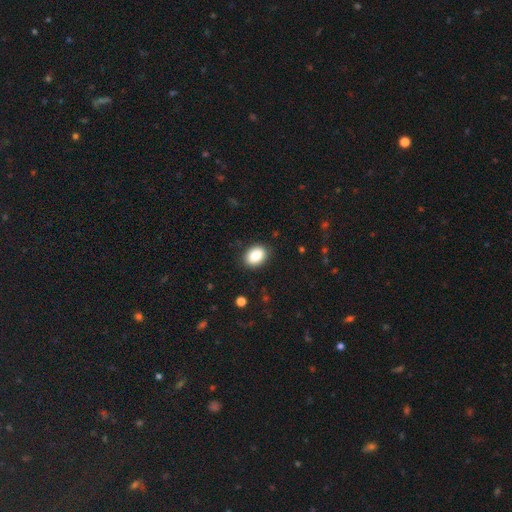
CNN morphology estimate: smooth 87%, star or artifact 8%, featured or disk 5%. Down the decision tree: how rounded — in between (76%); merging — none (88%).